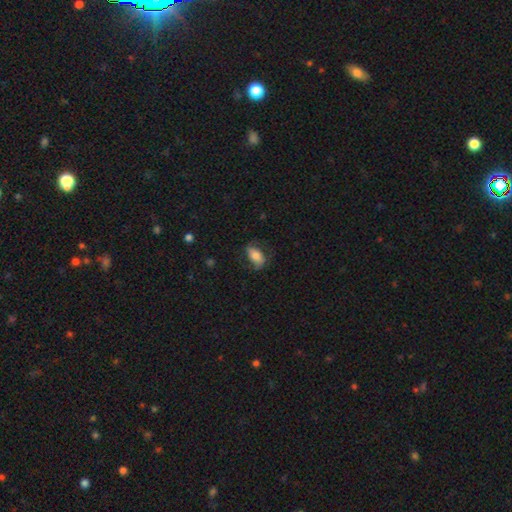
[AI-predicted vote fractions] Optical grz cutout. It shows a smooth galaxy with no disk features (65%) that is in between round and cigar-shaped (89%). Merging: none (63%).